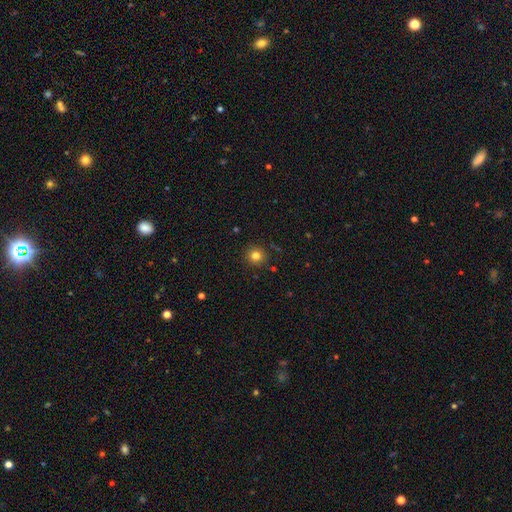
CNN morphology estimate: A smooth galaxy with no disk features (81%) that is round (93%). Merging: none (90%).